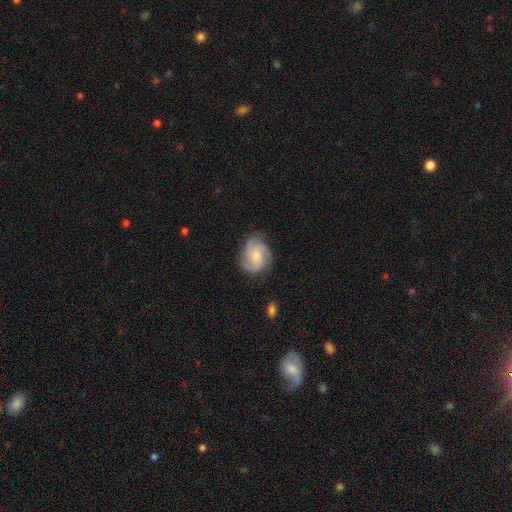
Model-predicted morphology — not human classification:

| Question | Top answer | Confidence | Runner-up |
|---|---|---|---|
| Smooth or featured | featured or disk | 75% | smooth (19%) |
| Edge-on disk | no | 98% | yes (2%) |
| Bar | no | 66% | weak (30%) |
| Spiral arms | yes | 96% | no (4%) |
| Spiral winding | medium | 49% | tight (36%) |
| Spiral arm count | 3 | 58% | 2 (17%) |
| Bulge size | small | 52% | moderate (42%) |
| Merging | none | 74% | minor disturbance (19%) |